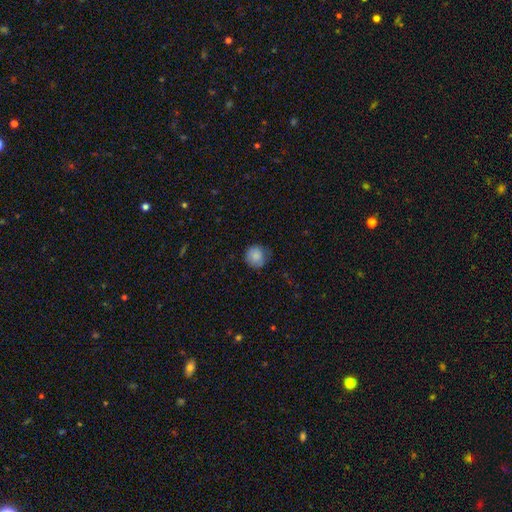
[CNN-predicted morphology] type=smooth (85%); roundness=round (90%); merging=none (71%).